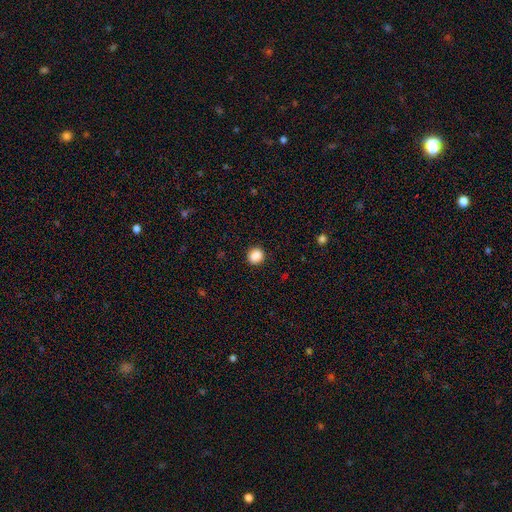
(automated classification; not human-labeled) Q: Smooth or featured?
A: smooth (88%); runner-up: star or artifact (9%)
Q: How rounded?
A: round (85%); runner-up: in between (14%)
Q: Merging?
A: none (91%); runner-up: minor disturbance (6%)